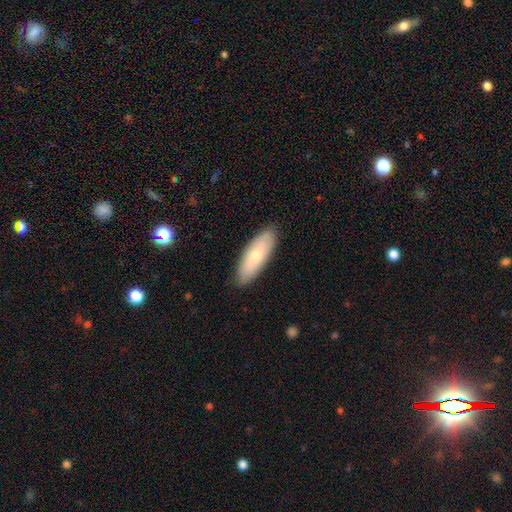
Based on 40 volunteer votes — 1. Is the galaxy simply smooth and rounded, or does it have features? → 78% smooth, 15% featured or disk, 8% star or artifact.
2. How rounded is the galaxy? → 65% in between, 35% cigar-shaped, 0% round.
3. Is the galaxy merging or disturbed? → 76% none, 14% minor disturbance, 11% major disturbance, 0% merger.